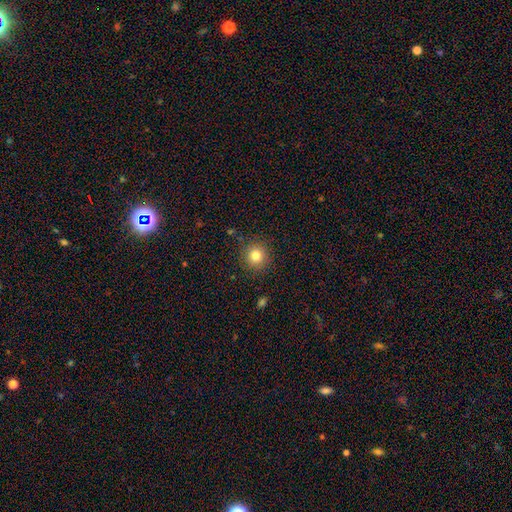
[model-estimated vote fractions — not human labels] The model was most divided on "smooth or featured": smooth: 82%, star or artifact: 11%, featured or disk: 7%. More confident: how rounded — round (93%); merging — none (89%).